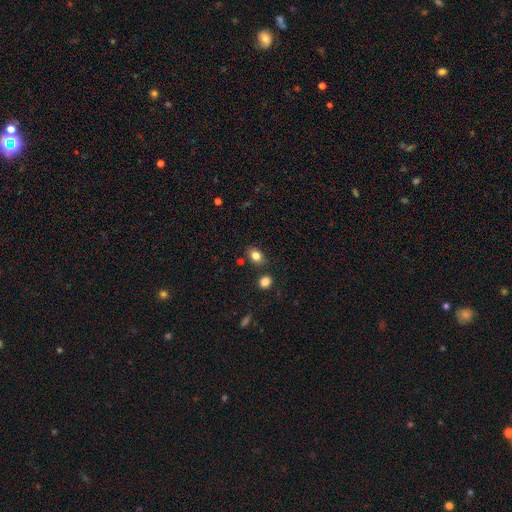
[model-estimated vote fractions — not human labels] This appears to be a smooth galaxy with no disk features (82%) that is in between round and cigar-shaped (69%). Merging: none (79%).